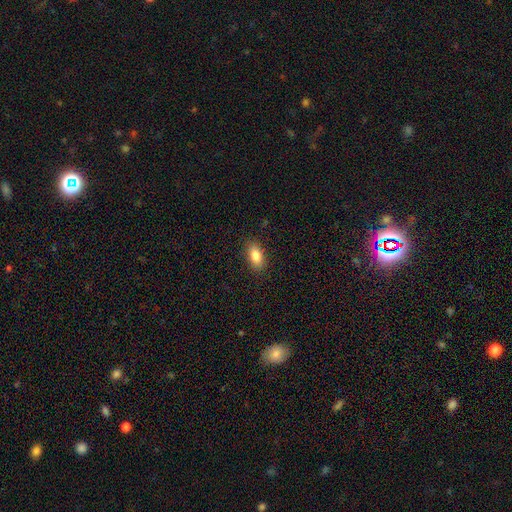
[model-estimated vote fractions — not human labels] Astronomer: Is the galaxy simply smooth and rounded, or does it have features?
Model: smooth — 85%.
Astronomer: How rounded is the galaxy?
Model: in between — 89%.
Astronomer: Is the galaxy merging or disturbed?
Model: none — 88%.